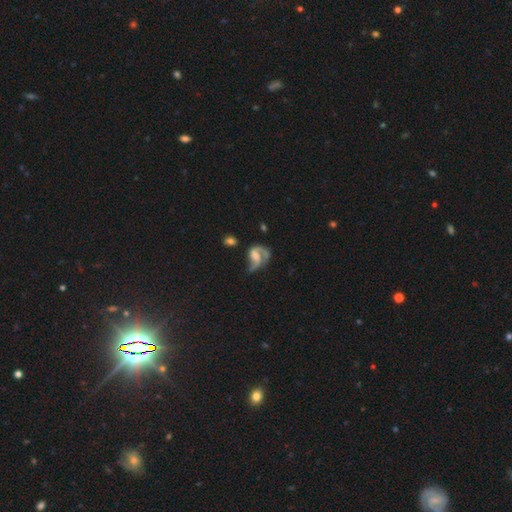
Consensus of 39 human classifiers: A featured or disk galaxy (77%) with no bar (43%), 2 (80%) loose (52%) spiral arms (83%) and no central bulge (37%).

Vote fractions:
- Smooth or featured? featured or disk: 77% / smooth: 15% / star or artifact: 8%
- Edge-on disk? no: 100% / yes: 0%
- Bar? no: 43% / weak: 40% / strong: 17%
- Spiral arms? yes: 83% / no: 17%
- Spiral winding? loose: 52% / medium: 40% / tight: 8%
- Spiral arm count? 2: 80% / 1: 16% / can't tell: 4% / 3: 0% / 4: 0% / more than 4: 0%
- Bulge size? none: 37% / large: 27% / small: 27% / moderate: 7% / dominant: 3%
- Merging? major disturbance: 39% / none: 33% / minor disturbance: 17% / merger: 11%